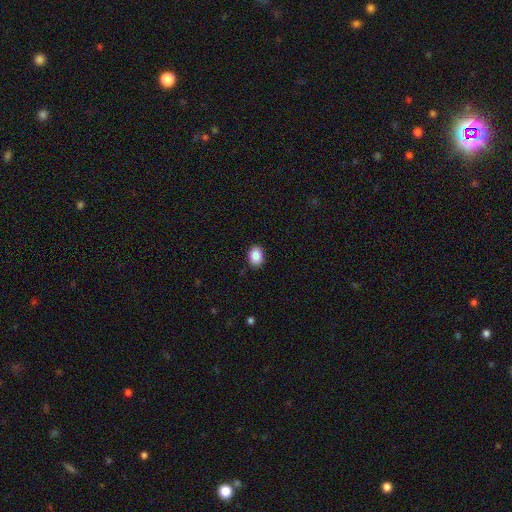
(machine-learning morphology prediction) The model was most divided on "how rounded": in between: 73%, round: 26%, cigar-shaped: 1%. More confident: merging — none (89%); smooth or featured — smooth (88%).